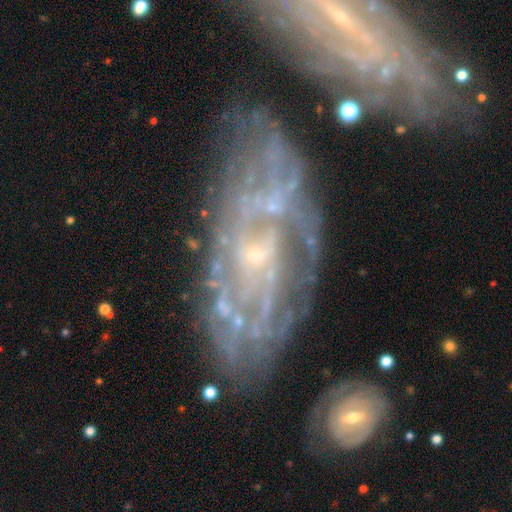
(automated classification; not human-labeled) Morphology: type=featured or disk (82%); edge-on=no (92%); bar=no (64%); spiral arms=yes (81%); winding=tight (58%); arm count=can't tell (53%); bulge=small (76%); merging=none (53%).